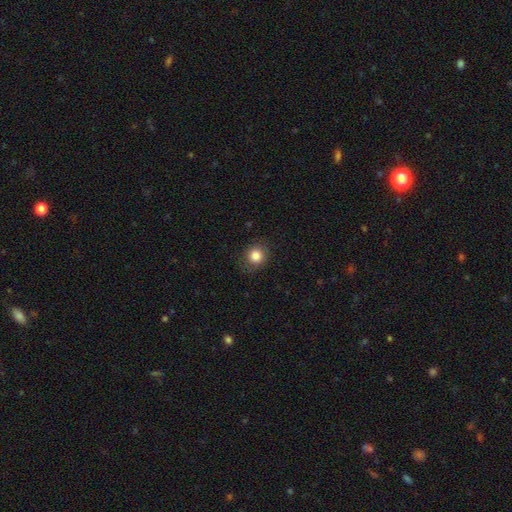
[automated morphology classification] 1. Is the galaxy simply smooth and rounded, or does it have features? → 84% smooth, 10% star or artifact, 6% featured or disk.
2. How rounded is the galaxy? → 80% round, 19% in between, 1% cigar-shaped.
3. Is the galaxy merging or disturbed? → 83% none, 12% minor disturbance, 4% major disturbance, 1% merger.